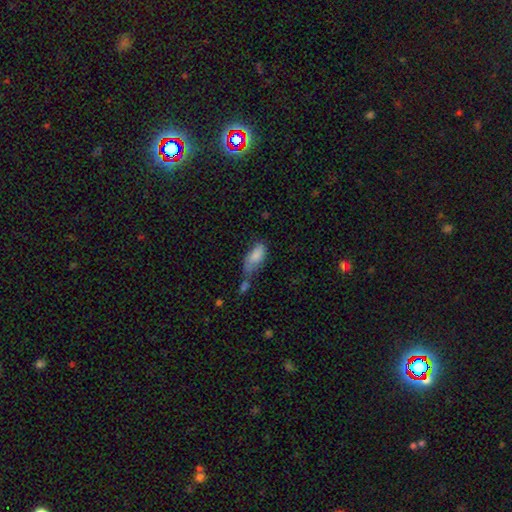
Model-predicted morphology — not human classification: This is likely a smooth galaxy (80%). How rounded: clearly in between (88%). Merging: marginally merger (35%).